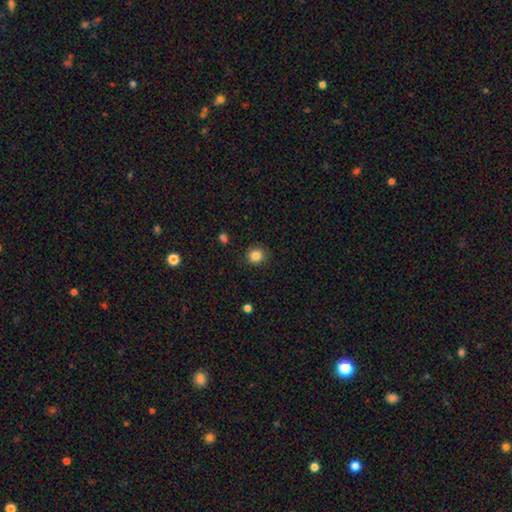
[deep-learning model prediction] Smooth or featured? Predicted: smooth (p=0.86). How rounded? Predicted: round (p=0.88). Merging? Predicted: none (p=0.88).